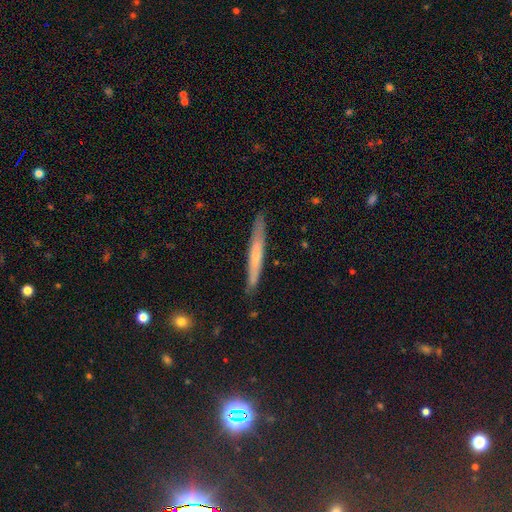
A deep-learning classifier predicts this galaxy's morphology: This appears to be a smooth galaxy with no disk features (52%) that is cigar-shaped (96%). Merging: none (87%).